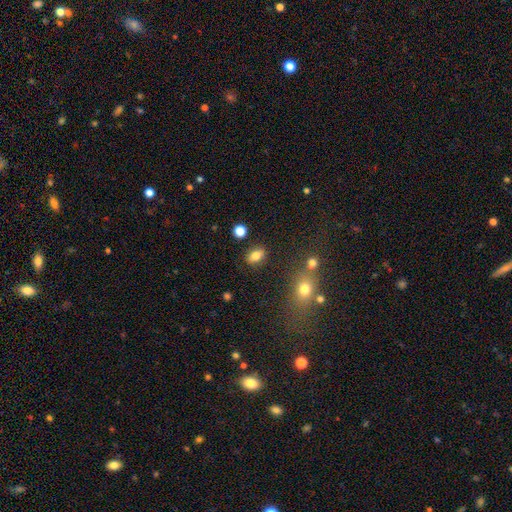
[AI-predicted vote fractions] A smooth galaxy with no disk features (82%) that is in between round and cigar-shaped (83%).

Vote fractions:
- Smooth or featured? smooth: 82% / star or artifact: 10% / featured or disk: 8%
- How rounded? in between: 83% / round: 14% / cigar-shaped: 2%
- Merging? none: 84% / minor disturbance: 10% / merger: 4% / major disturbance: 3%